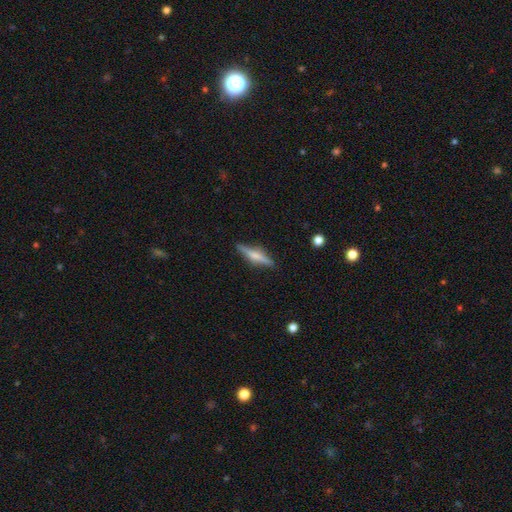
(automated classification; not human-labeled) featured or disk 59%, smooth 34%, star or artifact 7%. Down the decision tree: edge-on disk — yes (96%); edge-on bulge — rounded (73%); merging — none (87%).